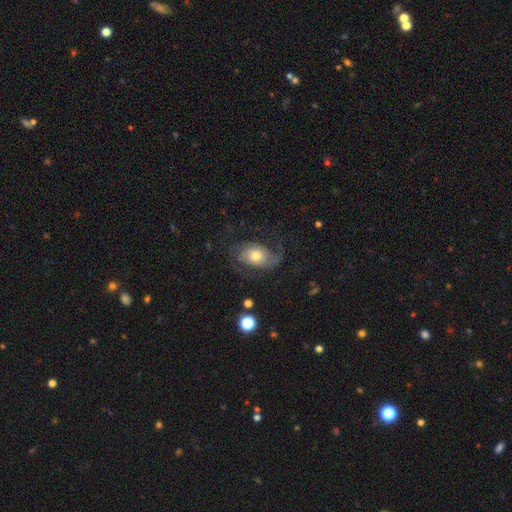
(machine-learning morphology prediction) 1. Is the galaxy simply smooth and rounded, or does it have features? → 74% featured or disk, 19% smooth, 7% star or artifact.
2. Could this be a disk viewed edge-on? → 96% no, 4% yes.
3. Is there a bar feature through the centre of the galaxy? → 71% no, 23% weak, 6% strong.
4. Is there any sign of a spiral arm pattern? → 92% yes, 8% no.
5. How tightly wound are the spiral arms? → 42% medium, 40% loose, 18% tight.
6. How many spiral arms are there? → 80% 2, 7% can't tell, 5% 1, 4% 3, 2% 4, 2% more than 4.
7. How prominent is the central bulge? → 63% moderate, 17% small, 16% large, 2% dominant, 2% none.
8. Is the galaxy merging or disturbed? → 61% none, 20% major disturbance, 17% minor disturbance, 2% merger.